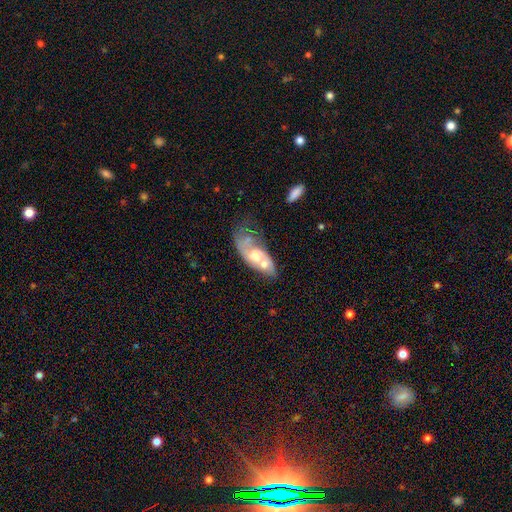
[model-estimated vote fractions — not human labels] featured or disk 55%, smooth 37%, star or artifact 7%. Down the decision tree: edge-on disk — no (91%); bar — no (75%); spiral arms — yes (52%); bulge size — moderate (51%); merging — merger (33%).